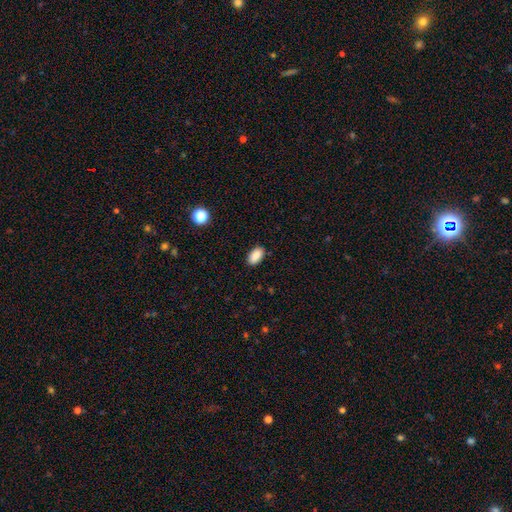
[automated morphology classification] A smooth galaxy with no disk features (88%) that is in between round and cigar-shaped (93%).

Vote fractions:
- Smooth or featured? smooth: 88% / star or artifact: 8% / featured or disk: 3%
- How rounded? in between: 93% / round: 4% / cigar-shaped: 3%
- Merging? none: 88% / minor disturbance: 9% / major disturbance: 2% / merger: 1%